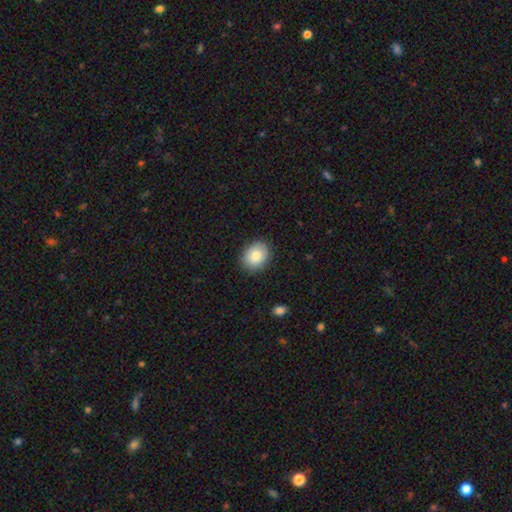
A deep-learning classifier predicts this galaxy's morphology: type=smooth (84%); roundness=in between (57%); merging=none (88%).